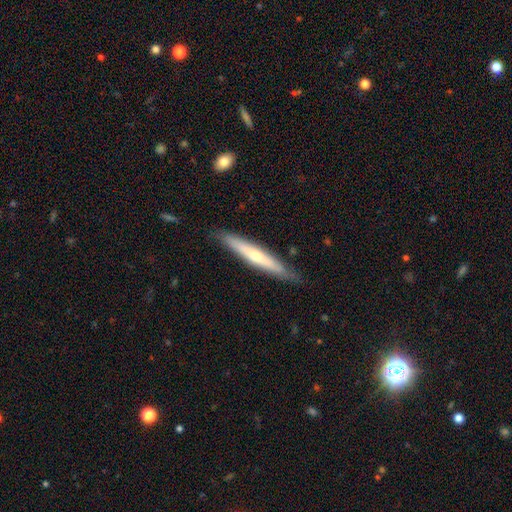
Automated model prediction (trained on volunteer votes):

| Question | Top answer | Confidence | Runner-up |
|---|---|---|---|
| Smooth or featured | featured or disk | 51% | smooth (44%) |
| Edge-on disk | yes | 91% | no (9%) |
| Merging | none | 86% | minor disturbance (11%) |